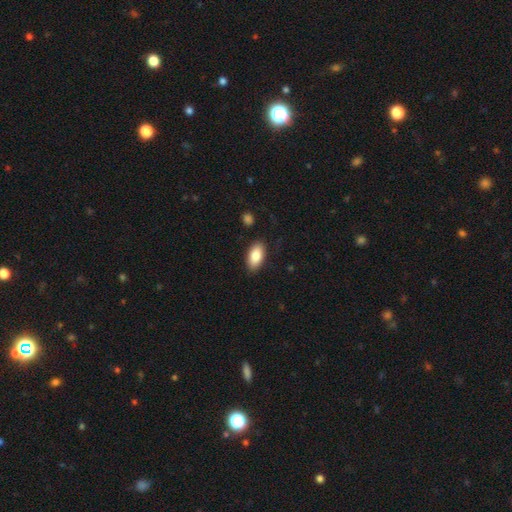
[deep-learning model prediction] The model was most divided on "merging": none: 86%, minor disturbance: 10%, major disturbance: 2%, merger: 1%. More confident: how rounded — in between (93%); smooth or featured — smooth (85%).